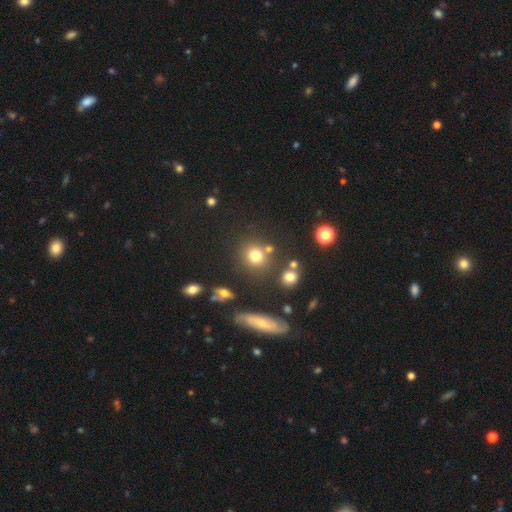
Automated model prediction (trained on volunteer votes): Smooth or featured: smooth — 73% (star or artifact — 16%)
How rounded: round — 82% (in between — 17%)
Merging: none — 72% (merger — 13%)